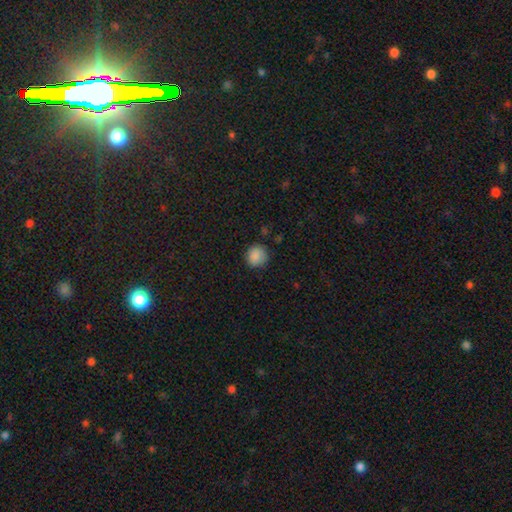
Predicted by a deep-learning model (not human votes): Smooth or featured? Predicted: smooth (p=0.87). How rounded? Predicted: round (p=0.88). Merging? Predicted: none (p=0.84).